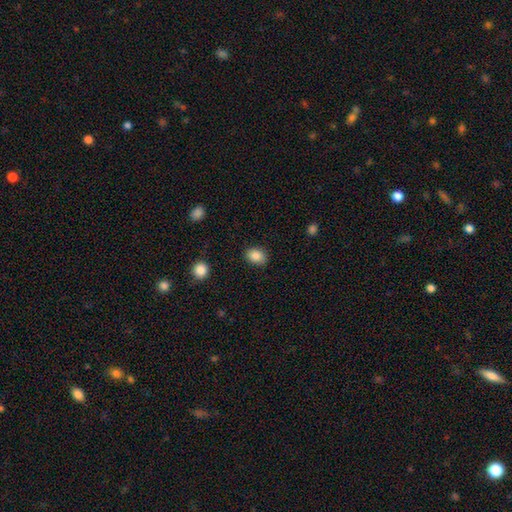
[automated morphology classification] This appears to be a smooth galaxy with no disk features (87%) that is in between round and cigar-shaped (68%). Merging: none (86%).